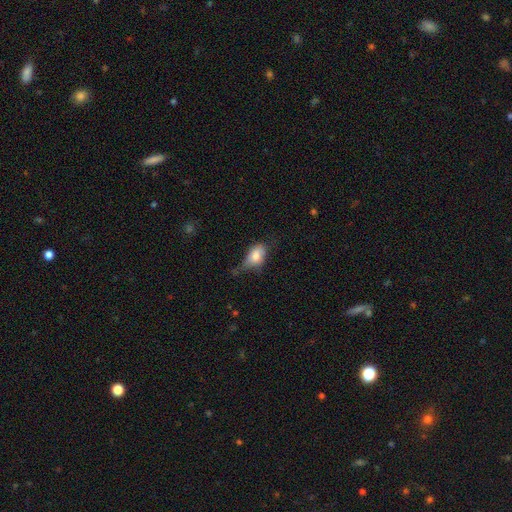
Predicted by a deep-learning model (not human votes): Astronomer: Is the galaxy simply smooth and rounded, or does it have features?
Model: smooth — 75%.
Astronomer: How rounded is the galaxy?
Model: in between — 85%.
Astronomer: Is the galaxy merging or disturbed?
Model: minor disturbance — 41% (runner-up: none, 34%).